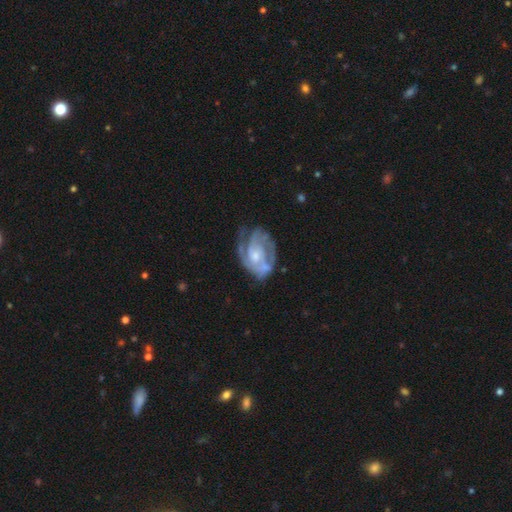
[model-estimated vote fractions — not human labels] Overall: featured or disk (84%). Edge-on disk: no (98%). Bar: no (67%; weak 28%). Spiral arms: yes (91%). Spiral arm count: 2 (35%; can't tell 27%). Spiral winding: tight (55%; medium 35%). Bulge size: small (46%; moderate 44%). Merging: none (53%; minor disturbance 26%).